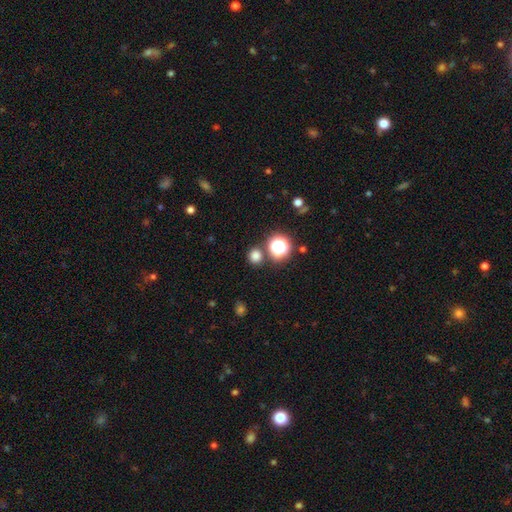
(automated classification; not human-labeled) Smooth or featured? smooth (74%)
How rounded? round (88%)
Merging? none (82%)